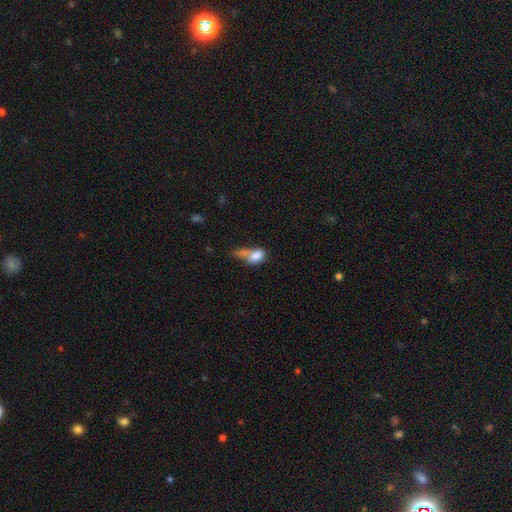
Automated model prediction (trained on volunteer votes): This appears to be a smooth galaxy with no disk features (75%) that is in between round and cigar-shaped (78%). Merging: merger (36%).